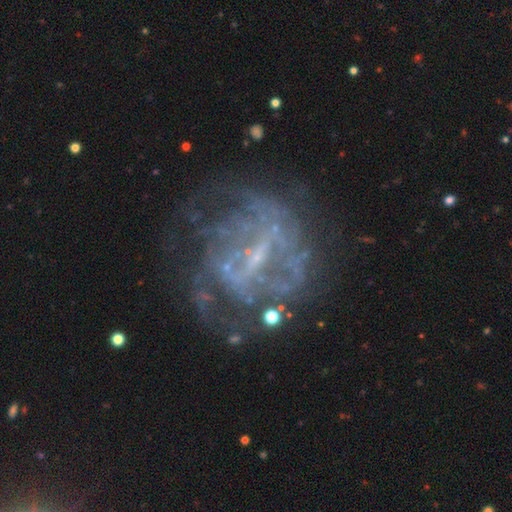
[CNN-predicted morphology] Overall: featured or disk (74%). Edge-on disk: no (97%). Bar: weak (45%; no 33%). Spiral arms: yes (56%; no 44%). Bulge size: small (56%; none 30%). Merging: none (55%; major disturbance 24%).